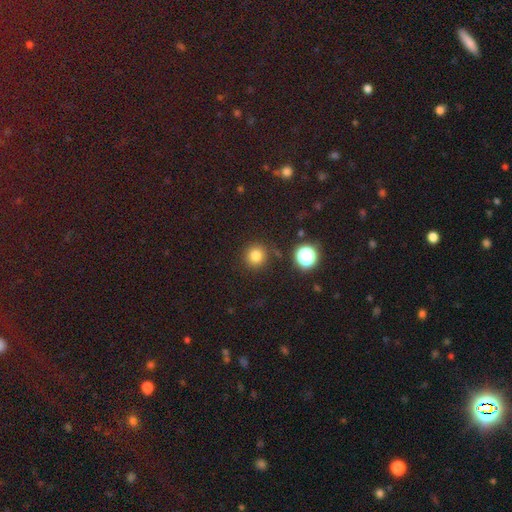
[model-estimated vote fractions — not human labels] This is likely a smooth galaxy (78%). How rounded: clearly round (93%). Merging: clearly none (88%).